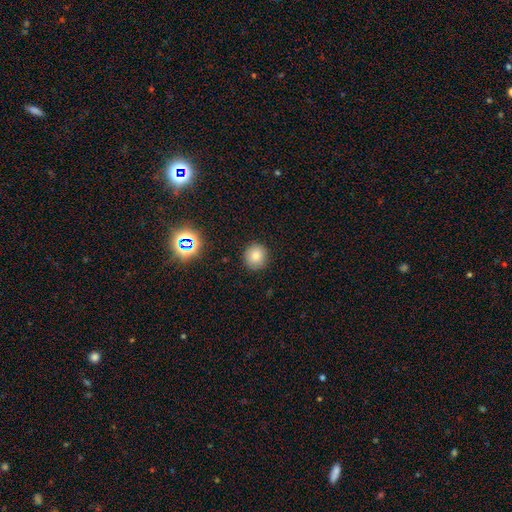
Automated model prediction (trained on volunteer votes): Smooth or featured? smooth (78%)
How rounded? round (92%)
Merging? none (89%)